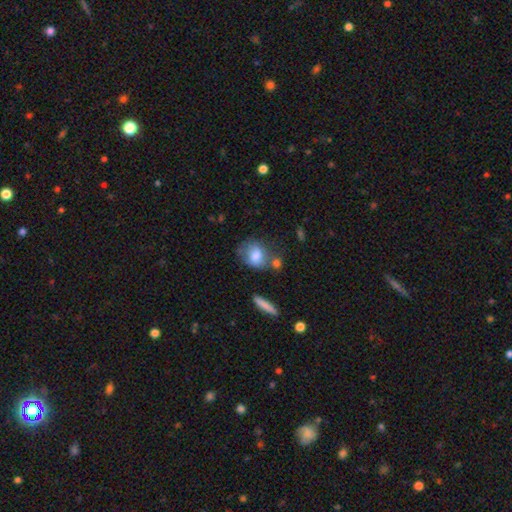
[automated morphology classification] smooth_or_featured: smooth (p=0.75) [alt: featured or disk p=0.18]
how_rounded: in between (p=0.57) [alt: round p=0.40]
merging: none (p=0.48) [alt: minor disturbance p=0.23]